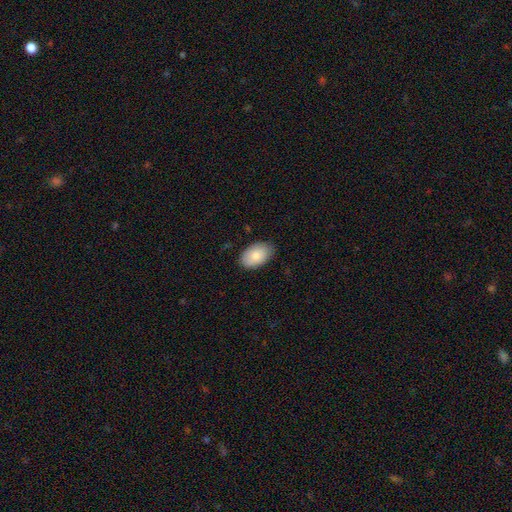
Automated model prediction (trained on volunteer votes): Smooth or featured?
  - smooth: 81% *
  - featured or disk: 12%
  - star or artifact: 6%
How rounded?
  - in between: 92% *
  - round: 7%
  - cigar-shaped: 1%
Merging?
  - none: 81% *
  - minor disturbance: 16%
  - major disturbance: 2%
  - merger: 1%